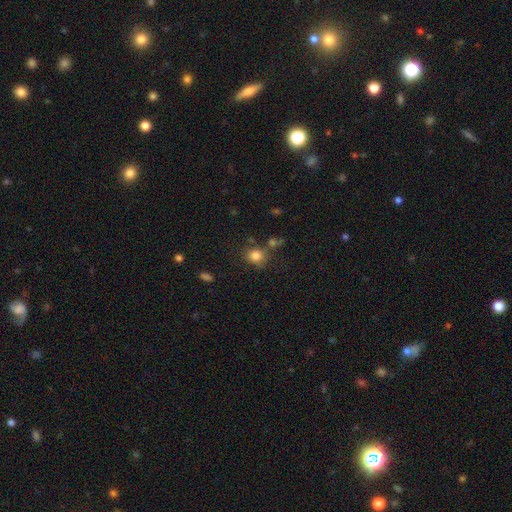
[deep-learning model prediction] smooth_or_featured: smooth (p=0.82) [alt: star or artifact p=0.12]
how_rounded: round (p=0.76) [alt: in between p=0.23]
merging: none (p=0.69) [alt: minor disturbance p=0.14]